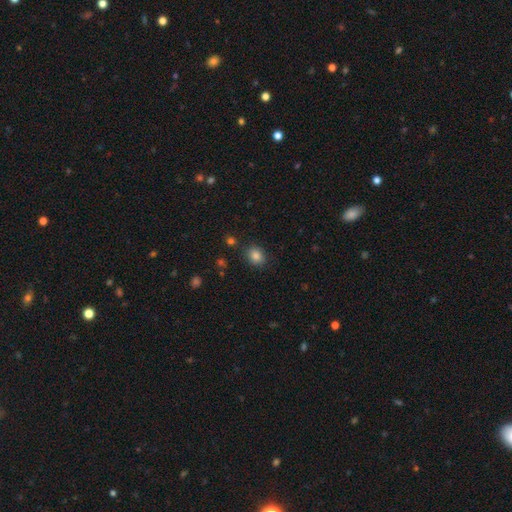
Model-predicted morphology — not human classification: smooth 83%, star or artifact 11%, featured or disk 6%. Down the decision tree: how rounded — round (63%); merging — none (85%).